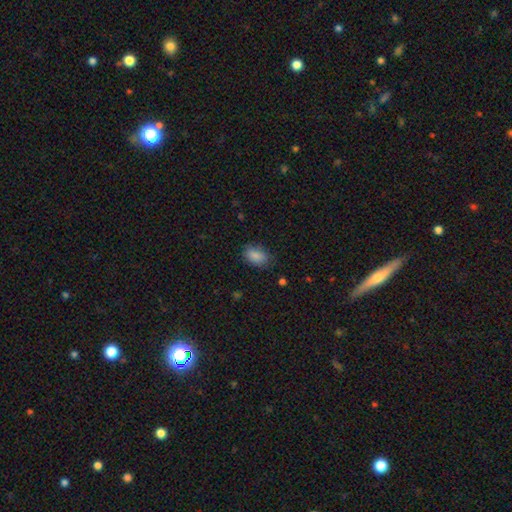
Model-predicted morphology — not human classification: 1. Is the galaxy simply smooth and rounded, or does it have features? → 88% smooth, 8% star or artifact, 5% featured or disk.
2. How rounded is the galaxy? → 89% in between, 9% round, 2% cigar-shaped.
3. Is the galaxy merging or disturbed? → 76% none, 19% minor disturbance, 4% major disturbance, 1% merger.